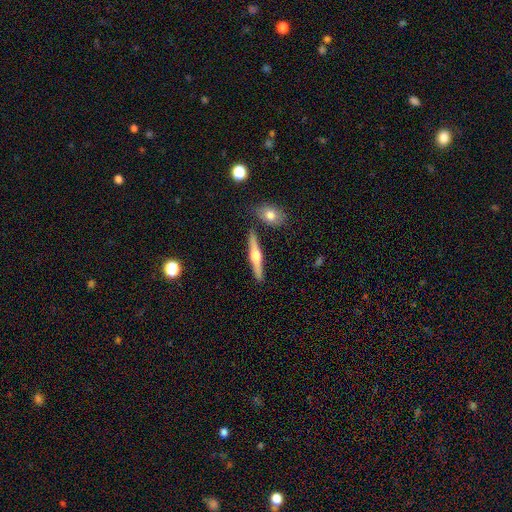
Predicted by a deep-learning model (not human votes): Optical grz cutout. It shows a featured or disk galaxy (67%) viewed edge-on (97%) with a rounded central bulge (92%). Merging: none (87%).